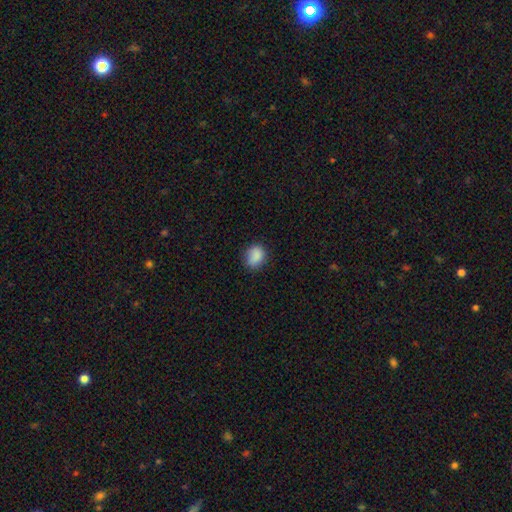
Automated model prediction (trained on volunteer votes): Smooth or featured: smooth — 87% (star or artifact — 9%)
How rounded: round — 53% (in between — 46%)
Merging: none — 75% (minor disturbance — 20%)